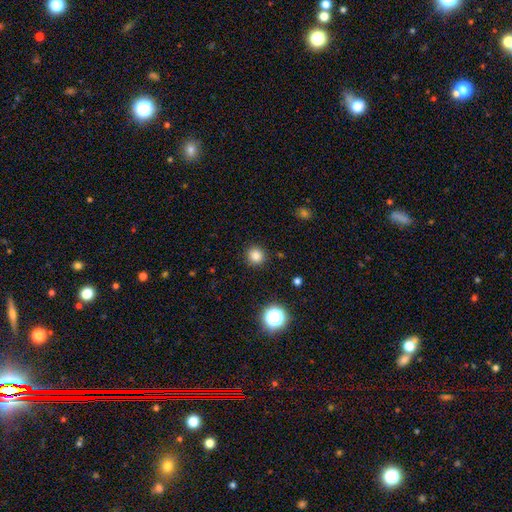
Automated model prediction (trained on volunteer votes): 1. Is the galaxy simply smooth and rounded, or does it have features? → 83% smooth, 13% star or artifact, 4% featured or disk.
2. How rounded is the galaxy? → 92% round, 7% in between, 1% cigar-shaped.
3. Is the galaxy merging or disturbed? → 90% none, 6% minor disturbance, 2% major disturbance, 1% merger.